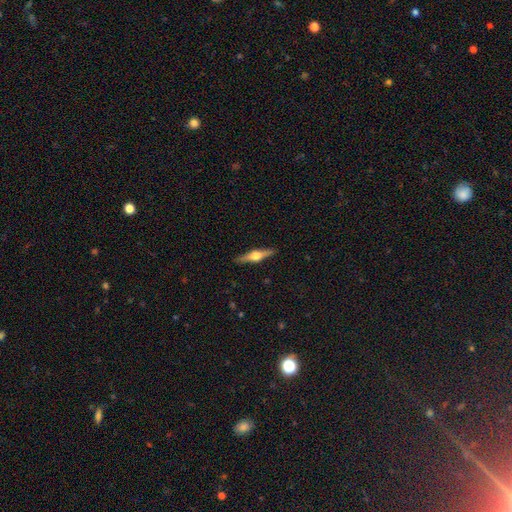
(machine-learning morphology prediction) featured or disk 72%, smooth 22%, star or artifact 5%. Down the decision tree: edge-on disk — yes (98%); edge-on bulge — rounded (94%); merging — none (91%).